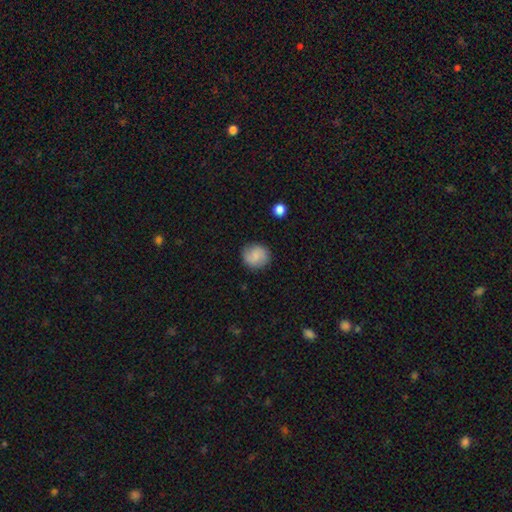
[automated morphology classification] Q: Smooth or featured?
A: smooth (74%); runner-up: featured or disk (18%)
Q: How rounded?
A: round (86%); runner-up: in between (13%)
Q: Merging?
A: none (86%); runner-up: minor disturbance (10%)